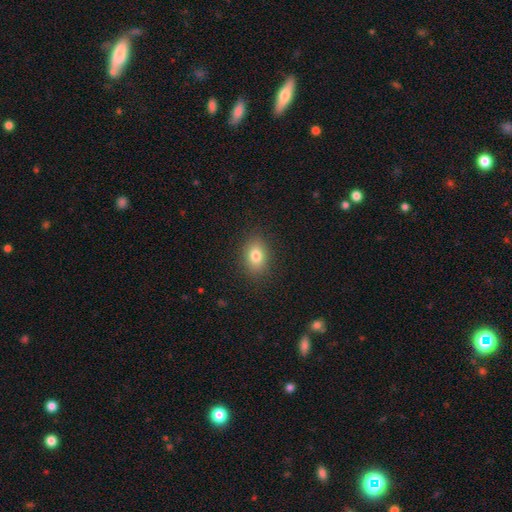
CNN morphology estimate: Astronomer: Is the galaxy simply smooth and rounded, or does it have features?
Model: smooth — 80%.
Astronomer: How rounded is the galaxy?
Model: in between — 74%.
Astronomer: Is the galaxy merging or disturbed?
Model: none — 88%.